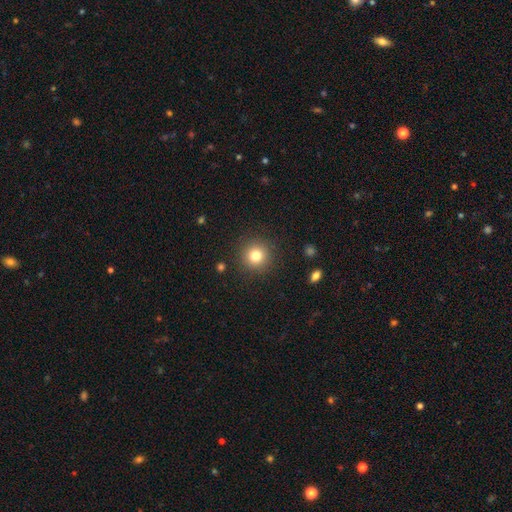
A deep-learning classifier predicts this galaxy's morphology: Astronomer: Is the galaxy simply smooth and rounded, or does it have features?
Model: smooth — 80%.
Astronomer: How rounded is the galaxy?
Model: round — 94%.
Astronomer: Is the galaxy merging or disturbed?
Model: none — 90%.